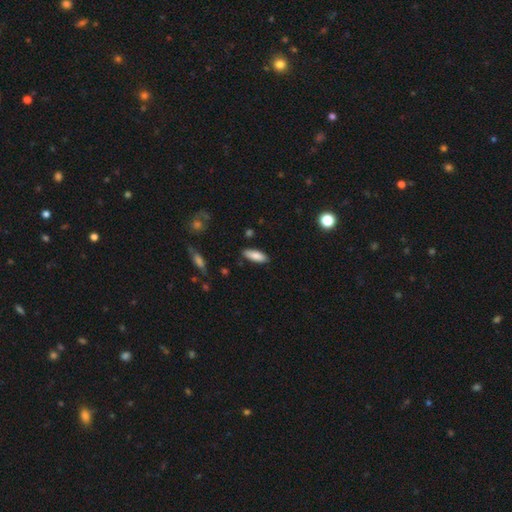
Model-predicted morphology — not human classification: Overall: smooth (84%). How rounded: in between (70%). Merging: none (86%).